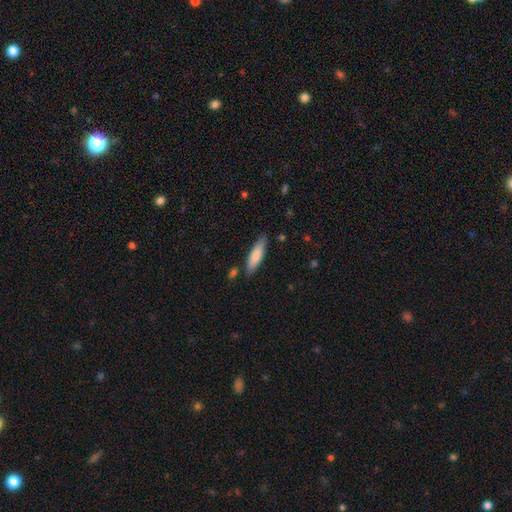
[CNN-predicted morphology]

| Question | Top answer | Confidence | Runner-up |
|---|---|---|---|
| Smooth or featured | smooth | 79% | featured or disk (16%) |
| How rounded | cigar-shaped | 62% | in between (36%) |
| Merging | none | 82% | minor disturbance (13%) |